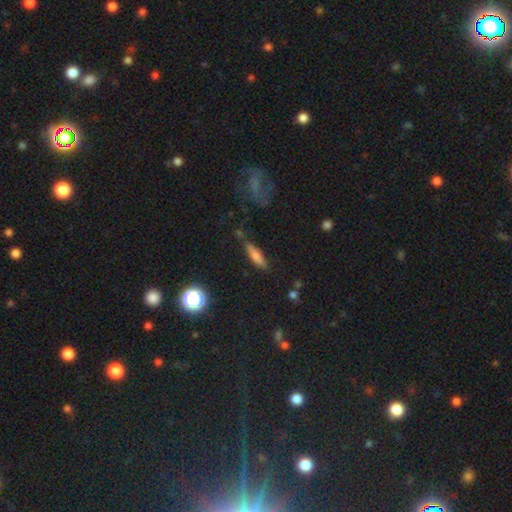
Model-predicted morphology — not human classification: smooth_or_featured: smooth (p=0.60) [alt: featured or disk p=0.30]
how_rounded: cigar-shaped (p=0.67) [alt: in between p=0.30]
merging: none (p=0.80) [alt: minor disturbance p=0.14]